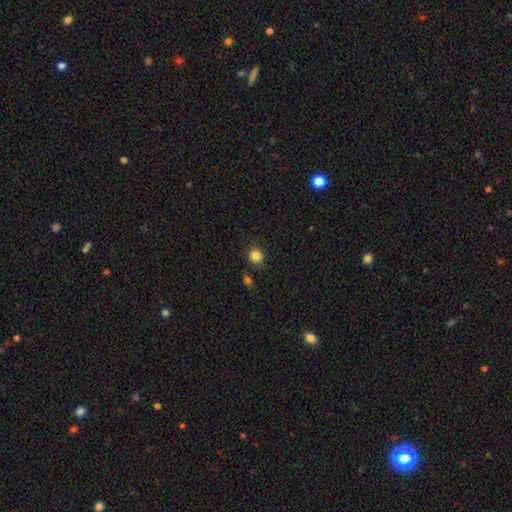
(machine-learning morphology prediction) Smooth or featured?
  - smooth: 84% *
  - star or artifact: 11%
  - featured or disk: 5%
How rounded?
  - round: 83% *
  - in between: 16%
  - cigar-shaped: 1%
Merging?
  - none: 86% *
  - minor disturbance: 8%
  - merger: 4%
  - major disturbance: 2%